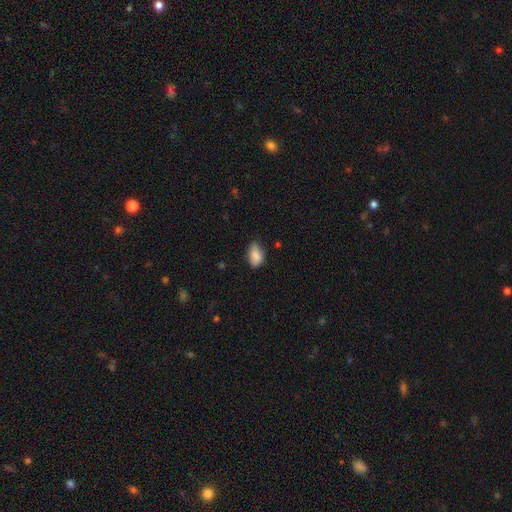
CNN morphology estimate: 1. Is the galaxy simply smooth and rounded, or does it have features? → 85% smooth, 8% star or artifact, 8% featured or disk.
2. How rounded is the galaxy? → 88% in between, 10% round, 2% cigar-shaped.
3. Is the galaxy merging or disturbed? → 56% none, 36% minor disturbance, 6% major disturbance, 2% merger.